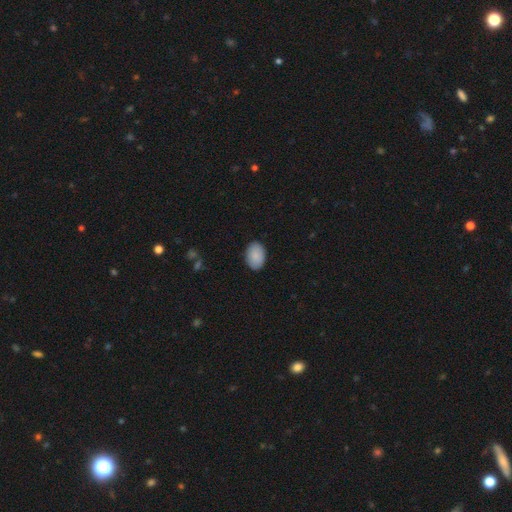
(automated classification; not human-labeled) smooth_or_featured: smooth (p=0.89) [alt: star or artifact p=0.06]
how_rounded: in between (p=0.88) [alt: round p=0.11]
merging: none (p=0.88) [alt: minor disturbance p=0.09]